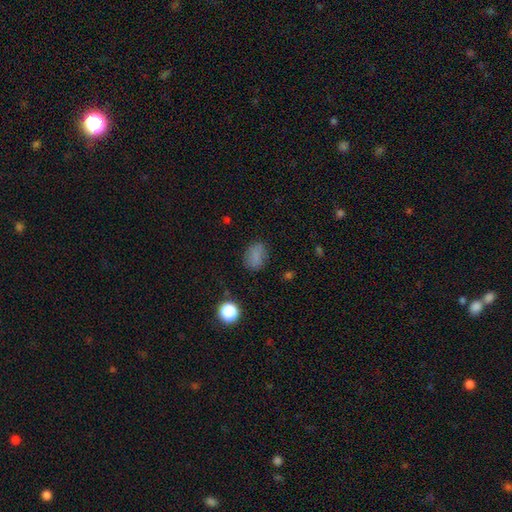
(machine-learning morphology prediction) smooth-or-featured: smooth: 78% | star or artifact: 15% | featured or disk: 8%
  how-rounded: in between: 68% | round: 31% | cigar-shaped: 2%
  merging: none: 77% | minor disturbance: 16% | major disturbance: 5% | merger: 2%